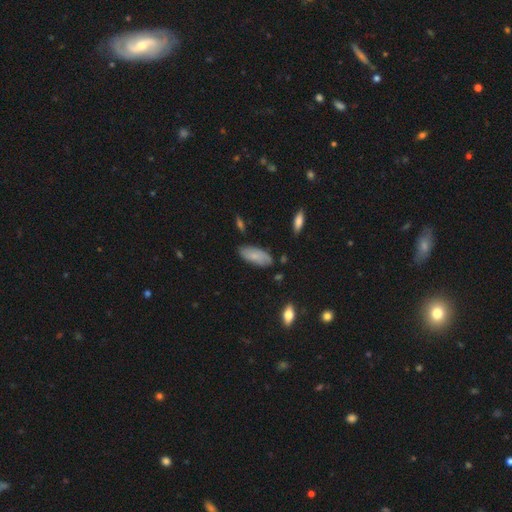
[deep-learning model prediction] Smooth or featured: smooth — 71% (featured or disk — 22%)
How rounded: in between — 84% (cigar-shaped — 14%)
Merging: none — 72% (minor disturbance — 22%)